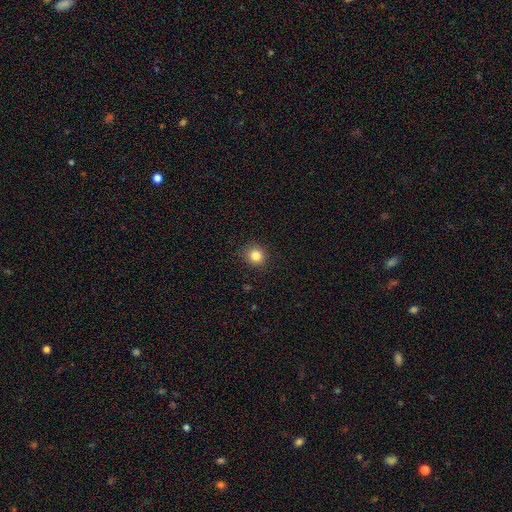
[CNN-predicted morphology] Smooth or featured? Predicted: smooth (p=0.84). How rounded? Predicted: round (p=0.89). Merging? Predicted: none (p=0.90).